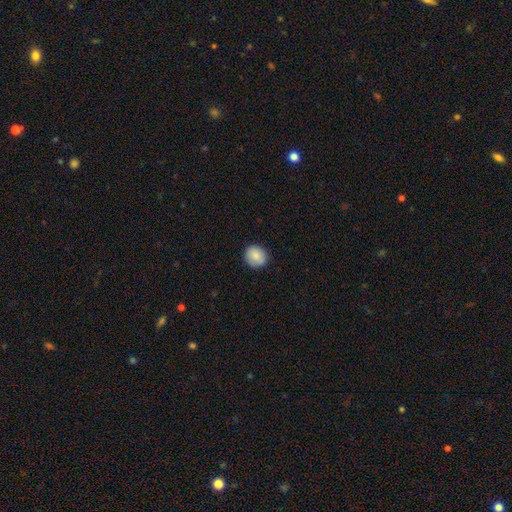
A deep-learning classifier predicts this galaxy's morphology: type=smooth (85%); roundness=round (83%); merging=none (87%).